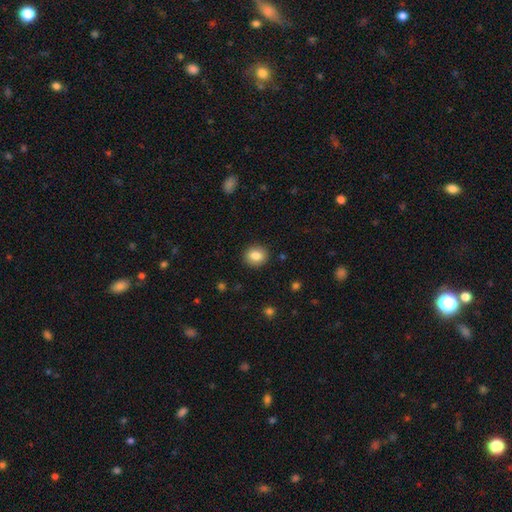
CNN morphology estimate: Q: Smooth or featured?
A: smooth (84%); runner-up: star or artifact (9%)
Q: How rounded?
A: round (79%); runner-up: in between (20%)
Q: Merging?
A: none (91%); runner-up: minor disturbance (6%)